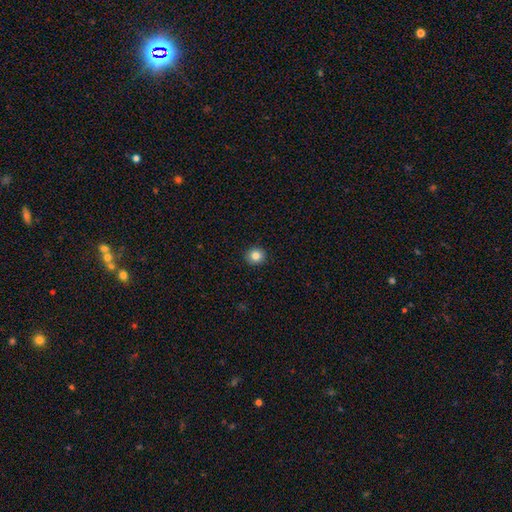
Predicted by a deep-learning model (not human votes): Morphology: type=smooth (83%); roundness=round (92%); merging=none (93%).